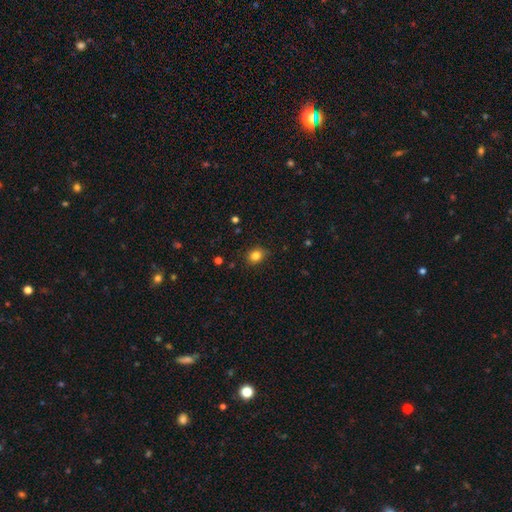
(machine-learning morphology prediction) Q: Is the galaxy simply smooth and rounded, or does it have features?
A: smooth — 82%.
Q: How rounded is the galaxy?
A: round — 63%.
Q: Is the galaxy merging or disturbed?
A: none — 83%.